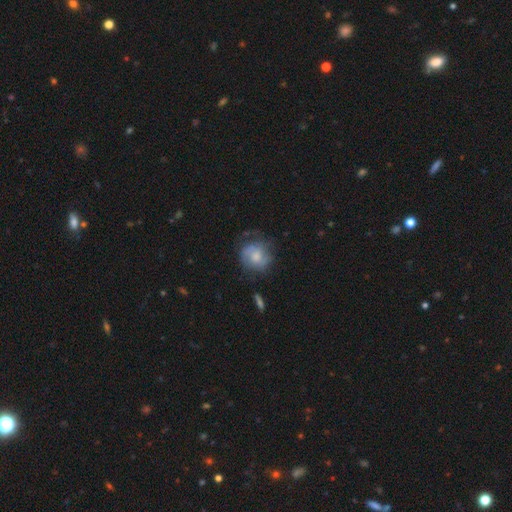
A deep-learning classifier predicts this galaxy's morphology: Smooth or featured?
  - smooth: 49% *
  - featured or disk: 43%
  - star or artifact: 8%
Merging?
  - none: 55% *
  - minor disturbance: 25%
  - major disturbance: 16%
  - merger: 3%